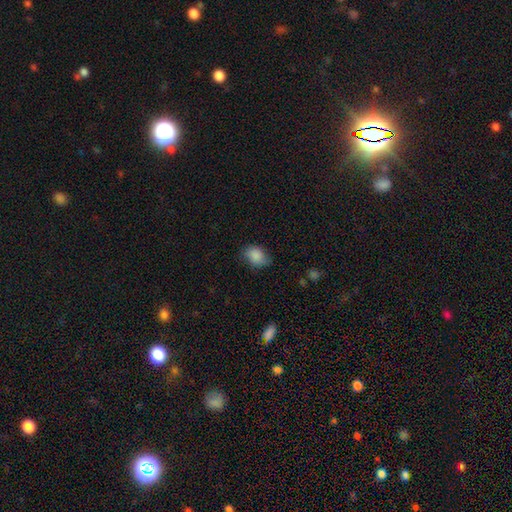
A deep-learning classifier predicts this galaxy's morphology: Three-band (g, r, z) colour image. It shows a smooth galaxy with no disk features (86%) that is in between round and cigar-shaped (70%). Merging: none (66%).